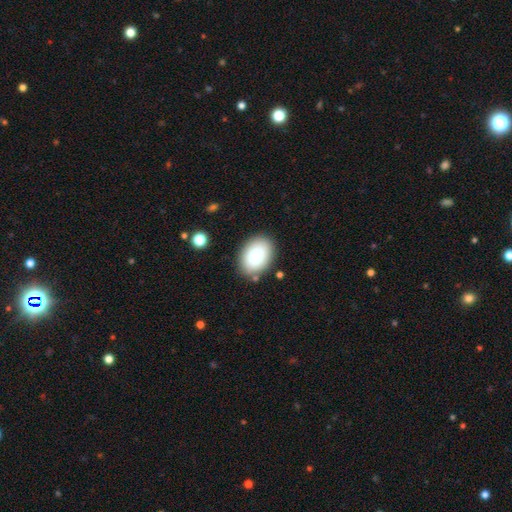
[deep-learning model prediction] This is likely a smooth galaxy (77%). How rounded: likely in between (77%). Merging: clearly none (84%).